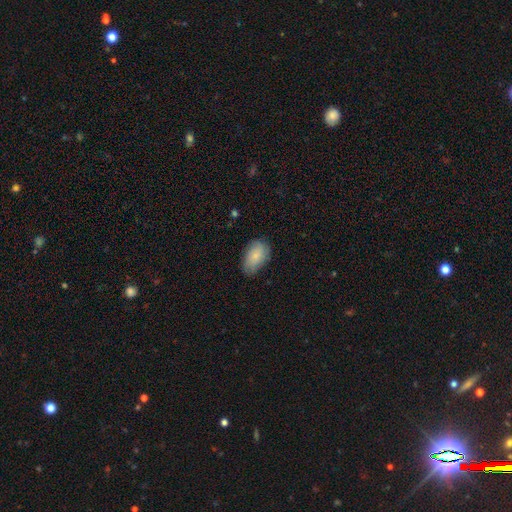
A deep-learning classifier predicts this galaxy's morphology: Overall: smooth (82%). How rounded: in between (92%). Merging: none (73%).